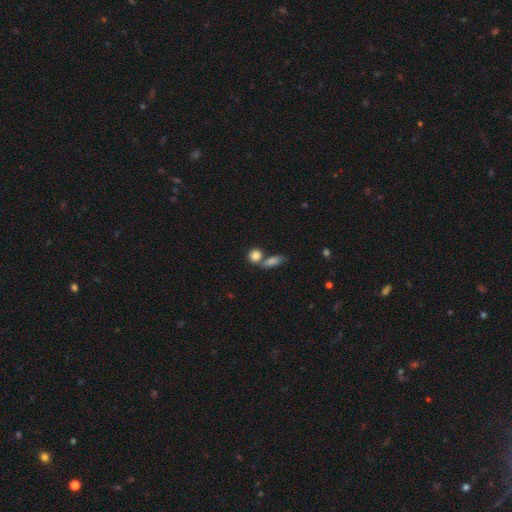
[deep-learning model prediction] This is clearly a smooth galaxy (83%). How rounded: likely round (71%). Merging: possibly none (53%).